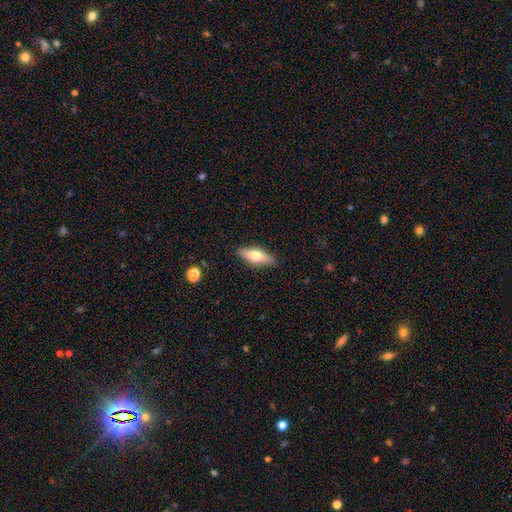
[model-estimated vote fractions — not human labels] Smooth or featured: smooth — 59% (featured or disk — 34%)
How rounded: in between — 59% (cigar-shaped — 39%)
Merging: none — 87% (minor disturbance — 10%)